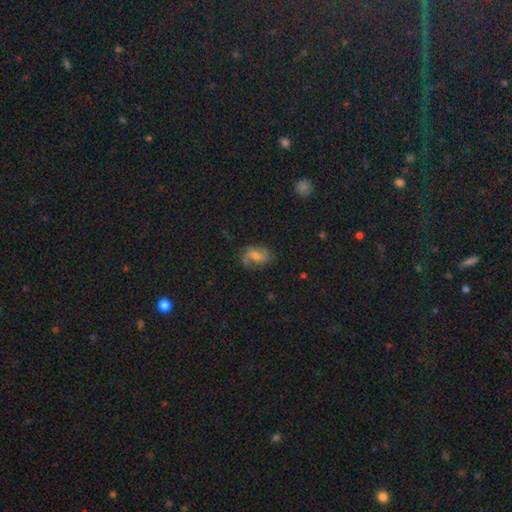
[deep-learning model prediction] This appears to be a featured or disk galaxy (62%) with a weak bar (45%), 2 (73%) medium (46%) spiral arms (91%) and a moderate central bulge (49%). Merging: none (68%).